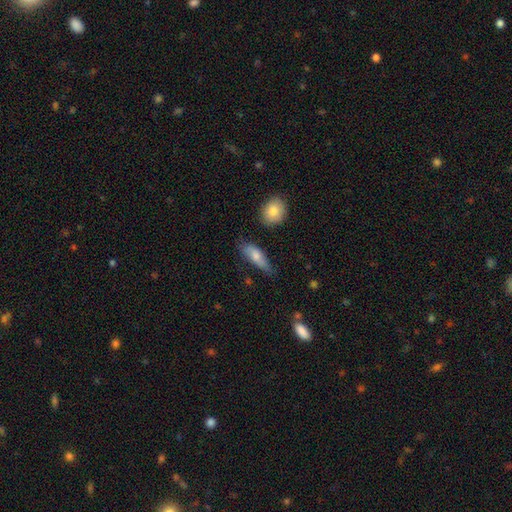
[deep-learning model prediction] Q: Smooth or featured?
A: smooth (73%); runner-up: featured or disk (21%)
Q: How rounded?
A: in between (67%); runner-up: cigar-shaped (29%)
Q: Merging?
A: none (60%); runner-up: minor disturbance (29%)